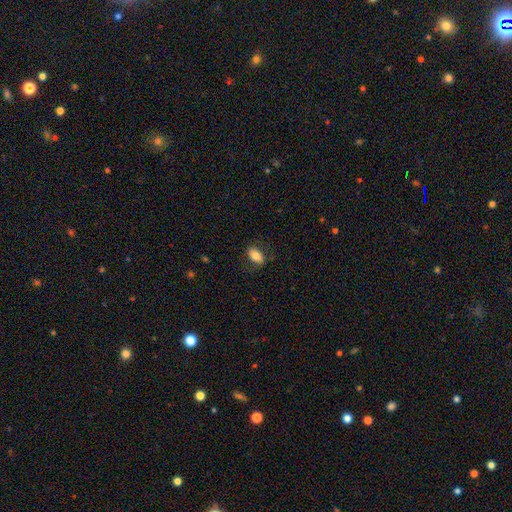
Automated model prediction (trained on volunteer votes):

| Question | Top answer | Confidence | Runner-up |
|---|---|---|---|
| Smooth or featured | smooth | 79% | featured or disk (13%) |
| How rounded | in between | 89% | round (8%) |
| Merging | none | 81% | minor disturbance (14%) |